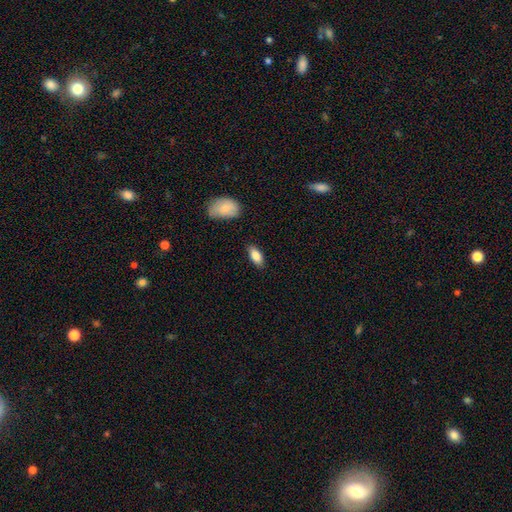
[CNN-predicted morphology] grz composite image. It shows a smooth galaxy with no disk features (86%) that is in between round and cigar-shaped (88%). Merging: none (83%).